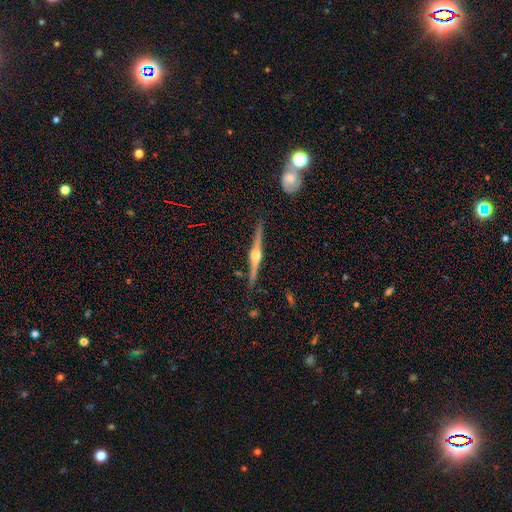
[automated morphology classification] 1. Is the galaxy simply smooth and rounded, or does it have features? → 87% featured or disk, 8% smooth, 5% star or artifact.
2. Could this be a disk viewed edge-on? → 99% yes, 1% no.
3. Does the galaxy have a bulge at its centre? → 95% rounded, 3% boxy, 2% none.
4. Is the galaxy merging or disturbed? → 89% none, 8% minor disturbance, 2% merger, 2% major disturbance.